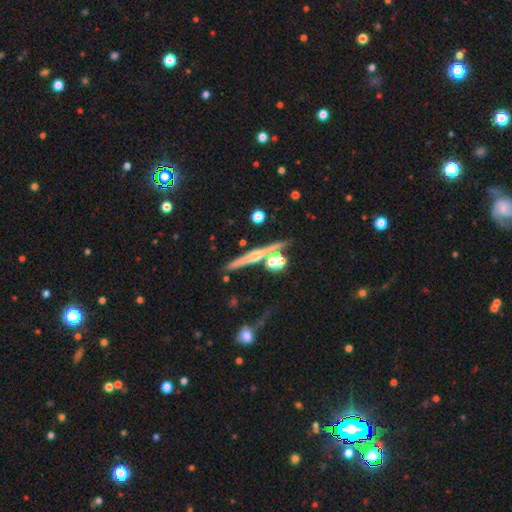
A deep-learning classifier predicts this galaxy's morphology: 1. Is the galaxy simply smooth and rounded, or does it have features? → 68% featured or disk, 21% smooth, 11% star or artifact.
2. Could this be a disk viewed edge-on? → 96% yes, 4% no.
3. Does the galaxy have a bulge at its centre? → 67% rounded, 23% none, 10% boxy.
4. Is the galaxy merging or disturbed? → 77% none, 10% merger, 10% minor disturbance, 4% major disturbance.